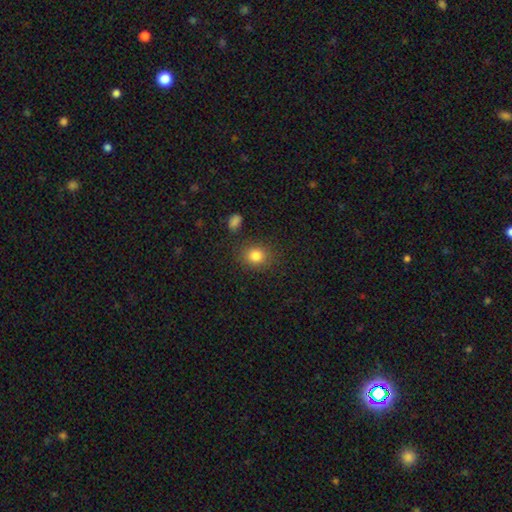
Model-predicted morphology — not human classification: This is clearly a smooth galaxy (84%). How rounded: likely round (66%). Merging: clearly none (83%).